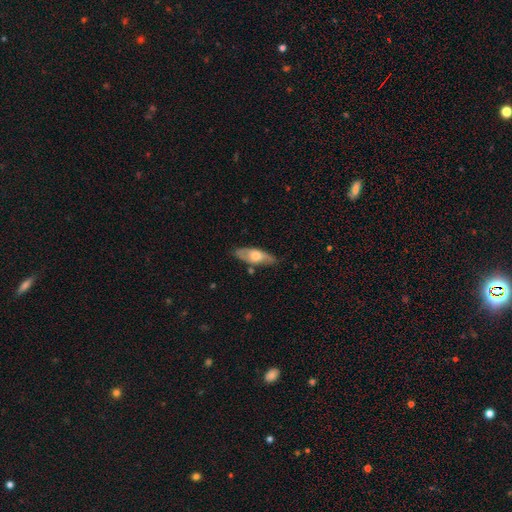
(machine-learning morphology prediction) A smooth galaxy with no disk features (52%) that is in between round and cigar-shaped (69%).

Vote fractions:
- Smooth or featured? smooth: 52% / featured or disk: 42% / star or artifact: 6%
- How rounded? in between: 69% / cigar-shaped: 28% / round: 3%
- Merging? none: 73% / minor disturbance: 19% / major disturbance: 4% / merger: 3%